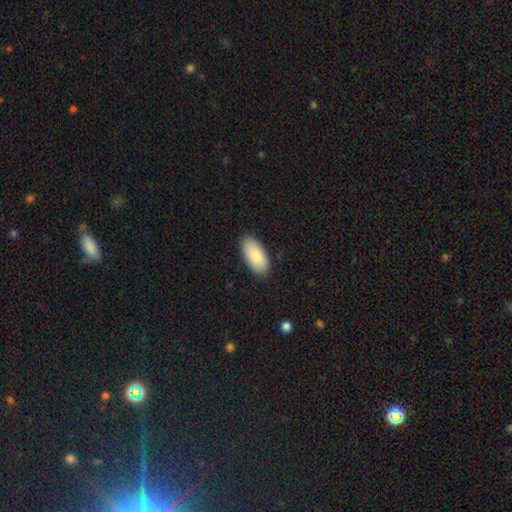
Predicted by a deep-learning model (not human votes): This appears to be a smooth galaxy with no disk features (83%) that is in between round and cigar-shaped (94%). Merging: none (87%).